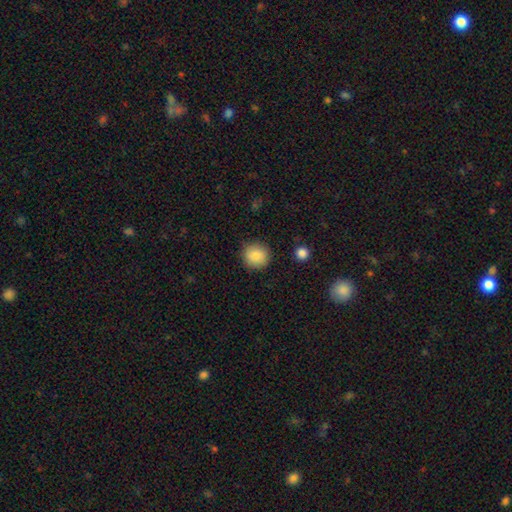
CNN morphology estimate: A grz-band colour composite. It shows a smooth galaxy with no disk features (86%) that is round (92%). Merging: none (89%).